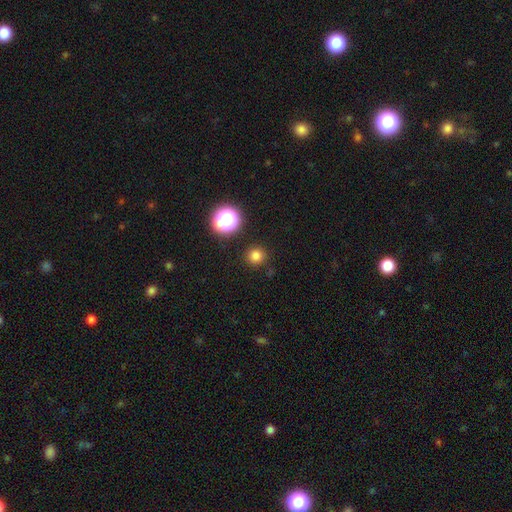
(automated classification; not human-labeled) Morphology: type=smooth (78%); roundness=round (93%); merging=none (90%).